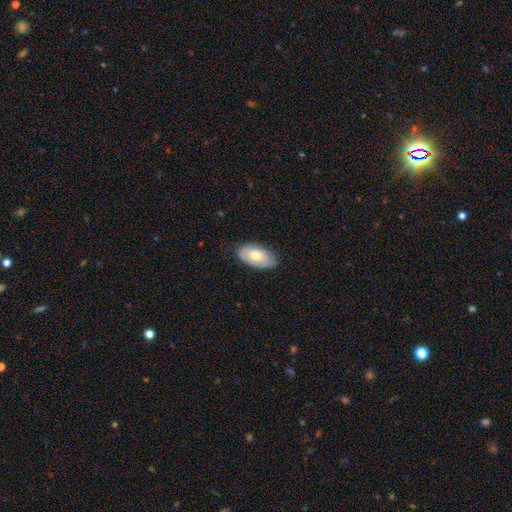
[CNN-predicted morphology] Overall: smooth (62%; featured or disk 33%). How rounded: in between (94%). Merging: none (80%).